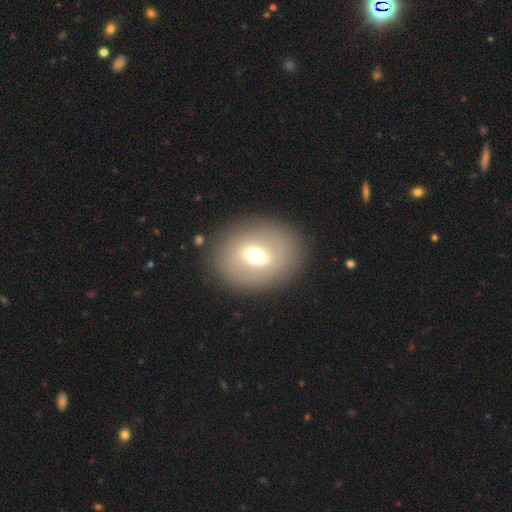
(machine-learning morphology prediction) smooth-or-featured: smooth: 52% | featured or disk: 37% | star or artifact: 11%
  how-rounded: round: 54% | in between: 44% | cigar-shaped: 1%
  merging: none: 86% | minor disturbance: 8% | major disturbance: 5% | merger: 1%